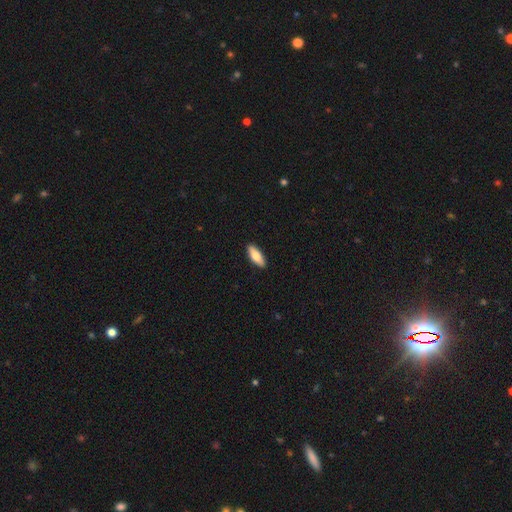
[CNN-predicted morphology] type=smooth (78%); roundness=in between (66%); merging=none (90%).